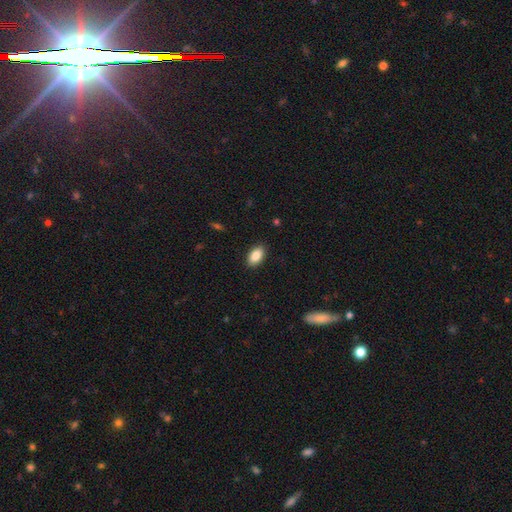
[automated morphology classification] Smooth or featured? Predicted: smooth (p=0.88). How rounded? Predicted: in between (p=0.93). Merging? Predicted: none (p=0.89).